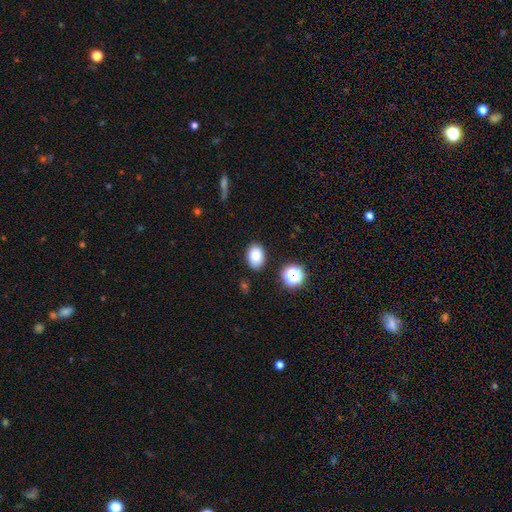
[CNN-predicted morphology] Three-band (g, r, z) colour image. It shows a smooth galaxy with no disk features (85%) that is in between round and cigar-shaped (78%). Merging: none (84%).